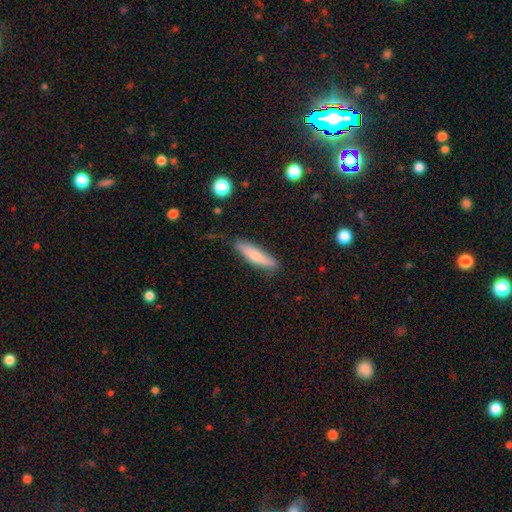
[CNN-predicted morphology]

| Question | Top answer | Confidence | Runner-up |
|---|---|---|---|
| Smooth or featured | smooth | 72% | featured or disk (22%) |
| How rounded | cigar-shaped | 81% | in between (17%) |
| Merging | none | 82% | minor disturbance (14%) |